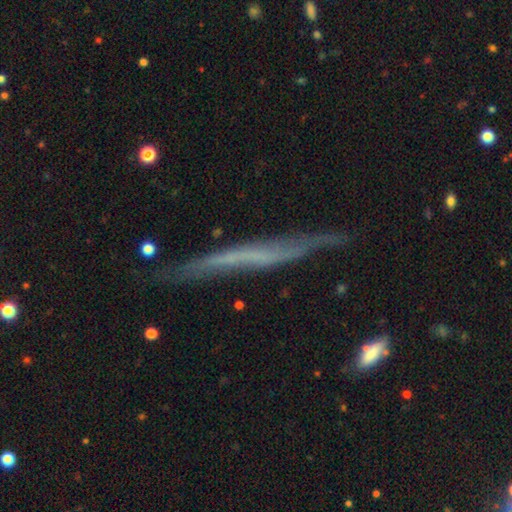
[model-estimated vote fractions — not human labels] featured or disk 64%, smooth 29%, star or artifact 7%. Down the decision tree: edge-on disk — yes (85%); edge-on bulge — none (83%); merging — none (64%).